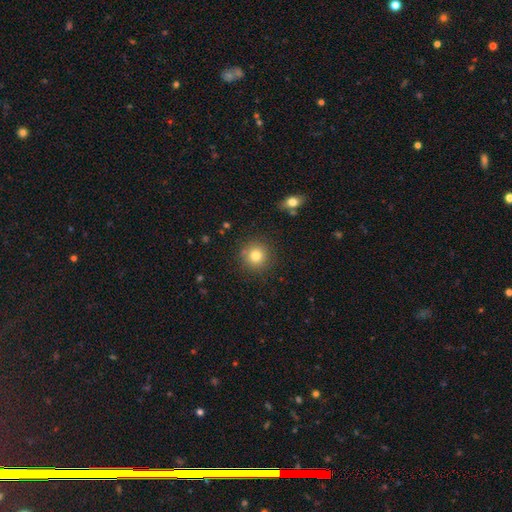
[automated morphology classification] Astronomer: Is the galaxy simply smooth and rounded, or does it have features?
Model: smooth — 79%.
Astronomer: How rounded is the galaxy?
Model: round — 94%.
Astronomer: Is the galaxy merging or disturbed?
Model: none — 88%.